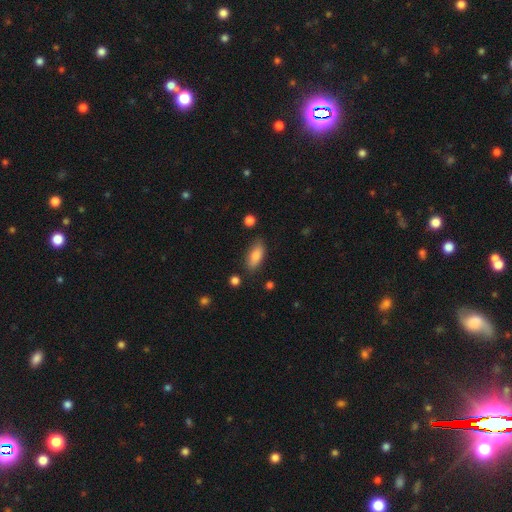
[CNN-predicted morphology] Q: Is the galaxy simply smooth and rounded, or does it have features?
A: smooth — 82%.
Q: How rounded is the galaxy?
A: in between — 79%.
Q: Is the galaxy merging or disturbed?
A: none — 81%.